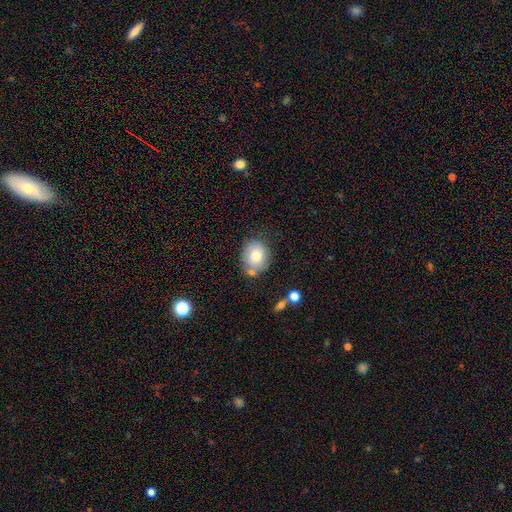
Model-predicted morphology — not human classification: A smooth galaxy with no disk features (76%) that is round (67%). Merging: none (65%).